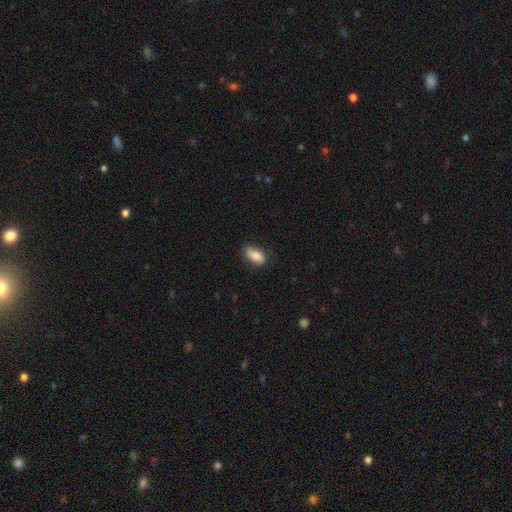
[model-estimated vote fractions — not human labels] The model was most divided on "merging": none: 81%, minor disturbance: 16%, major disturbance: 3%, merger: 1%. More confident: how rounded — in between (88%); smooth or featured — smooth (84%).